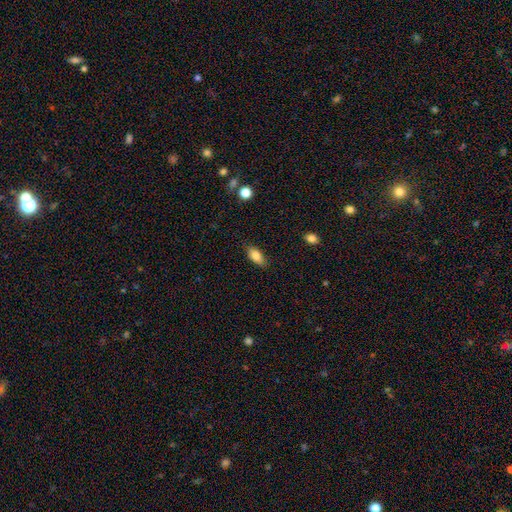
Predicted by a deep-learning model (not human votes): smooth_or_featured: smooth (p=0.84) [alt: featured or disk p=0.09]
how_rounded: in between (p=0.87) [alt: cigar-shaped p=0.08]
merging: none (p=0.84) [alt: minor disturbance p=0.13]